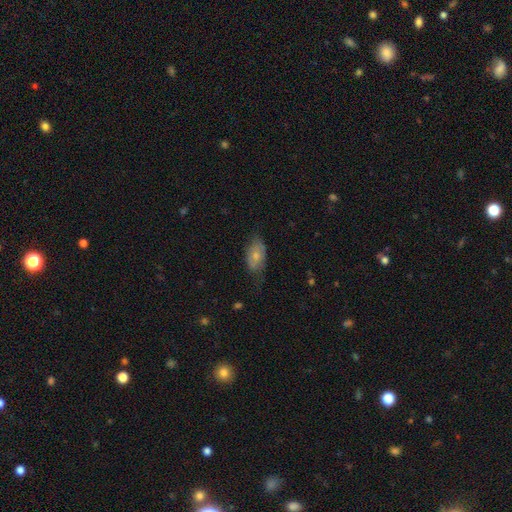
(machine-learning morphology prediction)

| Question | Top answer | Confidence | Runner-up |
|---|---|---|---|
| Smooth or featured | smooth | 63% | featured or disk (30%) |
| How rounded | in between | 91% | round (5%) |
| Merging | none | 54% | minor disturbance (32%) |